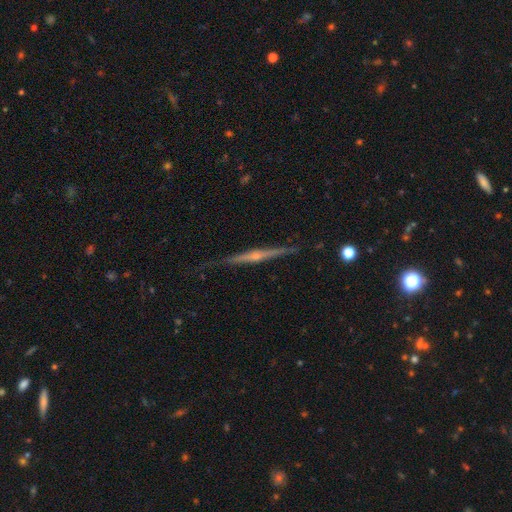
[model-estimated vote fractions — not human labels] Smooth or featured? featured or disk (80%)
Edge-on disk? yes (98%)
Edge-on bulge? rounded (78%)
Merging? none (86%)